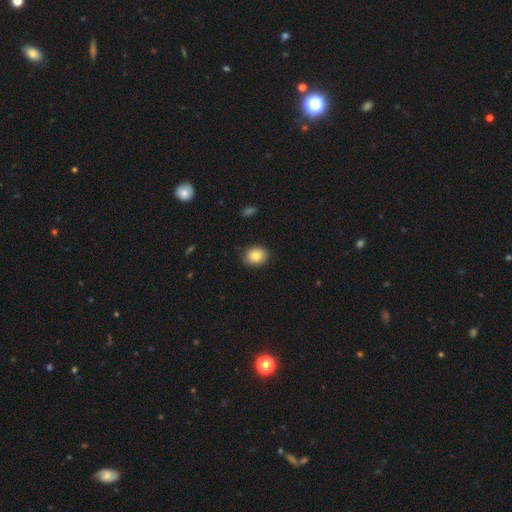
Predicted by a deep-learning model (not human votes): Smooth or featured? Predicted: smooth (p=0.83). How rounded? Predicted: round (p=0.54). Merging? Predicted: none (p=0.85).